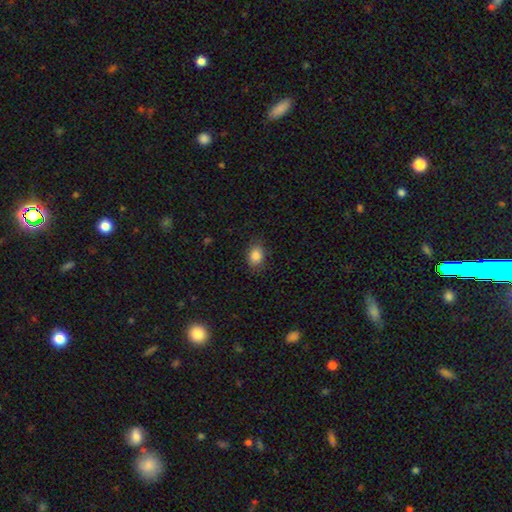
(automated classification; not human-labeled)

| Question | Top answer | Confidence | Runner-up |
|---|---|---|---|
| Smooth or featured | smooth | 86% | star or artifact (9%) |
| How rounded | in between | 68% | round (30%) |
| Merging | none | 85% | minor disturbance (11%) |